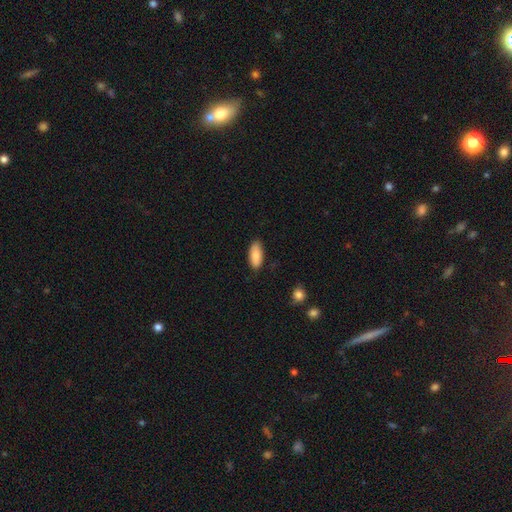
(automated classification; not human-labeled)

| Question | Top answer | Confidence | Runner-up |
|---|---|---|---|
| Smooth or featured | smooth | 86% | featured or disk (8%) |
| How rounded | in between | 85% | cigar-shaped (13%) |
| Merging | none | 84% | minor disturbance (13%) |